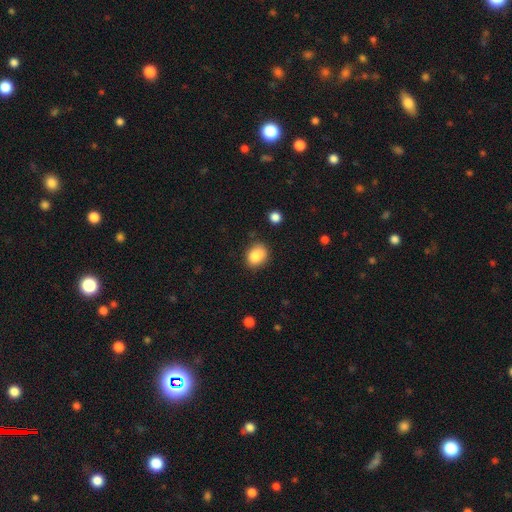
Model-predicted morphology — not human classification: This is clearly a smooth galaxy (86%). How rounded: possibly in between (54%). Merging: likely none (74%).